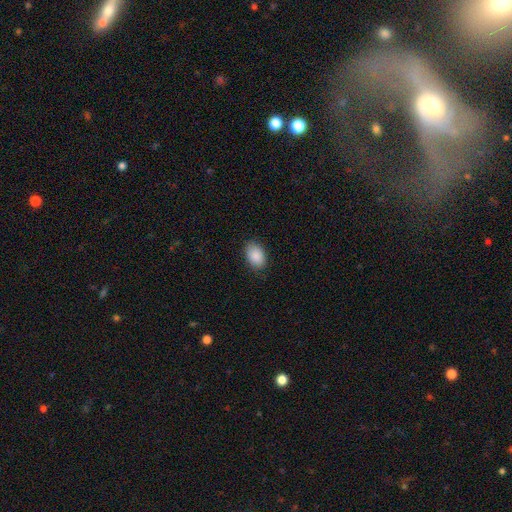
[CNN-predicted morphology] Smooth or featured? smooth (89%)
How rounded? in between (88%)
Merging? none (84%)